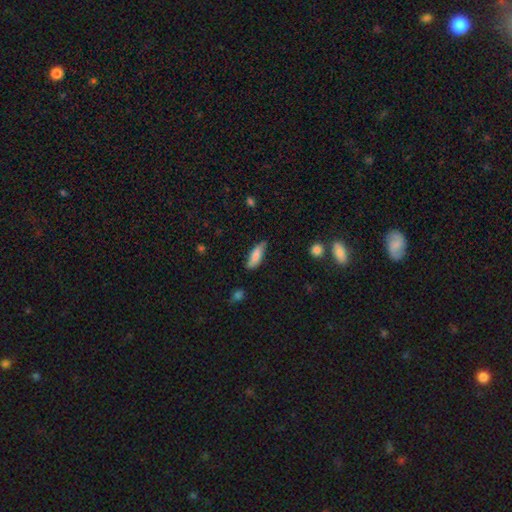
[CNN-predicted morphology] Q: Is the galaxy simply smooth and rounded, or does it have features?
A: smooth — 77%.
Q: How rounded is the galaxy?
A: in between — 60%.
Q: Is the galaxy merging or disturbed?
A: none — 69%.